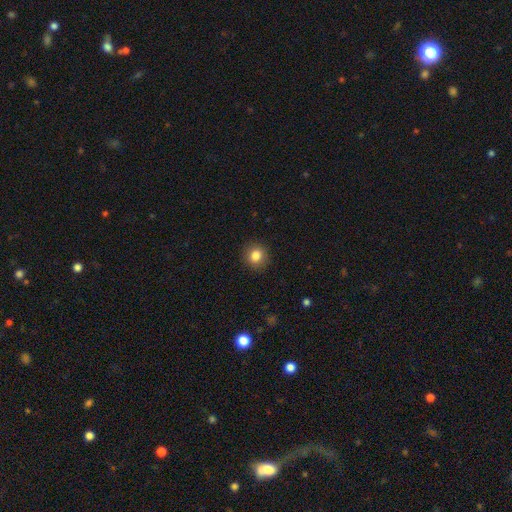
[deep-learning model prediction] Smooth or featured? Predicted: smooth (p=0.84). How rounded? Predicted: round (p=0.84). Merging? Predicted: none (p=0.90).